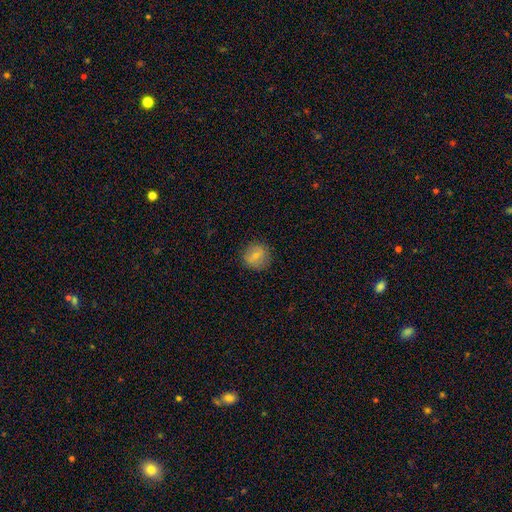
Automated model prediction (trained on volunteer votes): The model was most divided on "smooth or featured": smooth: 72%, featured or disk: 19%, star or artifact: 9%. More confident: how rounded — round (87%); merging — none (84%).